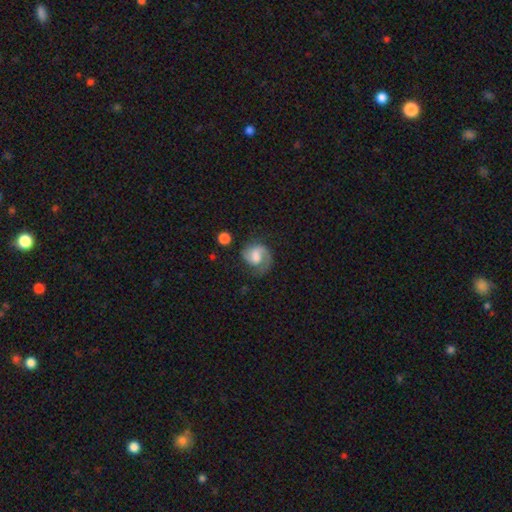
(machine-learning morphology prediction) featured or disk 69%, smooth 24%, star or artifact 7%. Down the decision tree: edge-on disk — no (98%); bar — weak (46%); spiral arms — yes (93%); spiral arm count — 2 (58%); spiral winding — medium (46%); bulge size — moderate (29%); merging — none (60%).